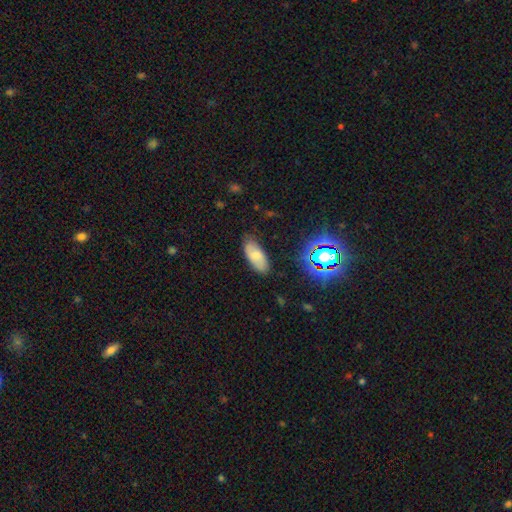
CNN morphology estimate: A smooth galaxy with no disk features (70%) that is in between round and cigar-shaped (87%). Merging: none (80%).